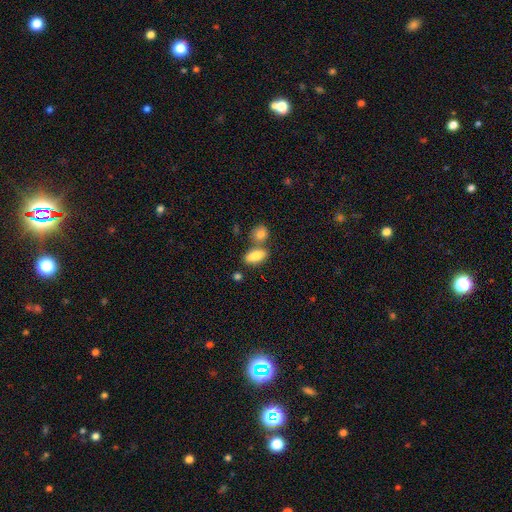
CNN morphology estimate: smooth-or-featured: smooth: 81% | featured or disk: 12% | star or artifact: 7%
  how-rounded: in between: 80% | cigar-shaped: 14% | round: 5%
  merging: none: 59% | merger: 25% | minor disturbance: 12% | major disturbance: 4%